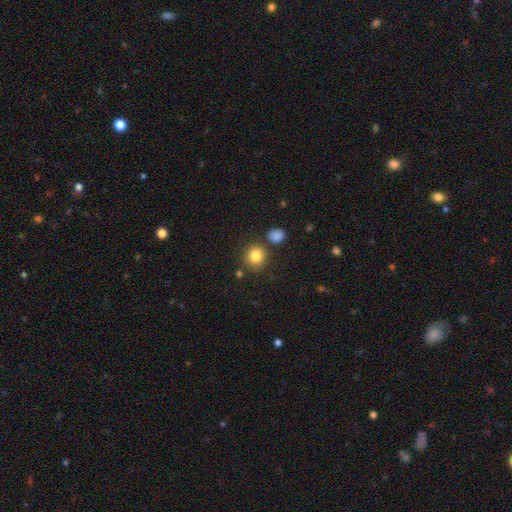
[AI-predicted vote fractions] Overall: smooth (83%). How rounded: round (86%). Merging: none (80%).